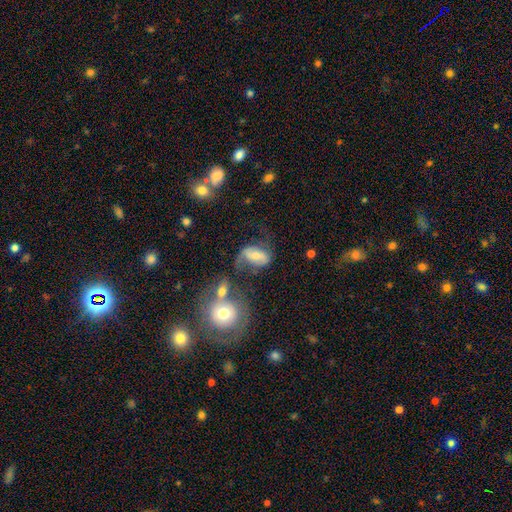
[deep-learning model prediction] Smooth or featured? Predicted: featured or disk (p=0.55). Edge-on disk? Predicted: no (p=0.94). Bar? Predicted: weak (p=0.35). Spiral arms? Predicted: yes (p=0.73). Bulge size? Predicted: moderate (p=0.53). Merging? Predicted: none (p=0.35).